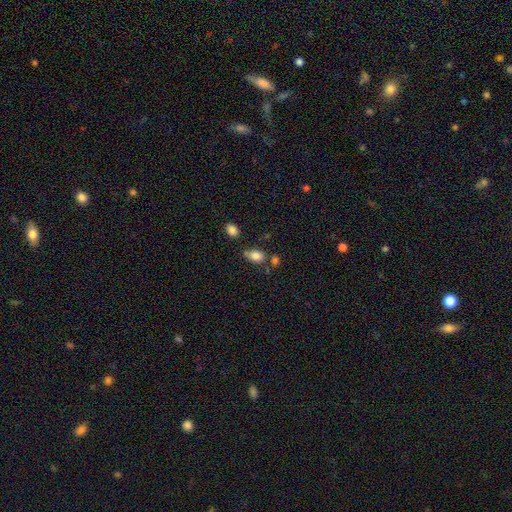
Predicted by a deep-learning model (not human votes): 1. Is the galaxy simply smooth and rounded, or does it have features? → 83% smooth, 9% star or artifact, 8% featured or disk.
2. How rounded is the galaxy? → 85% in between, 13% round, 2% cigar-shaped.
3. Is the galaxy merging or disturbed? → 57% none, 22% minor disturbance, 15% merger, 6% major disturbance.